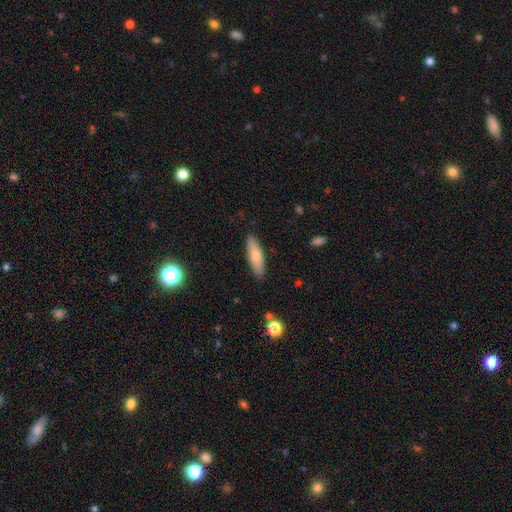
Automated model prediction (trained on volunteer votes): Smooth or featured? smooth (74%)
How rounded? cigar-shaped (56%)
Merging? none (88%)